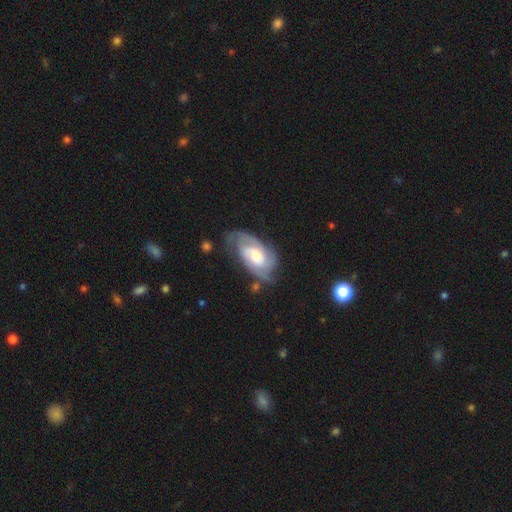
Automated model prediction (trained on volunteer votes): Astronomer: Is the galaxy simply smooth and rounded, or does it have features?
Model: featured or disk — 81%.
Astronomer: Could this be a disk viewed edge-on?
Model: no — 96%.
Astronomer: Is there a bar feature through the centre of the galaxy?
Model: no — 51% (runner-up: weak, 39%).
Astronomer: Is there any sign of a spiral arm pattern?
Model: yes — 95%.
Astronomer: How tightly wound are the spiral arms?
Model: tight — 51% (runner-up: medium, 39%).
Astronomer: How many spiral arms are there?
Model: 2 — 52%.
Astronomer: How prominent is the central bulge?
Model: moderate — 54%.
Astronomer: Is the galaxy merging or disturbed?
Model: none — 62%.